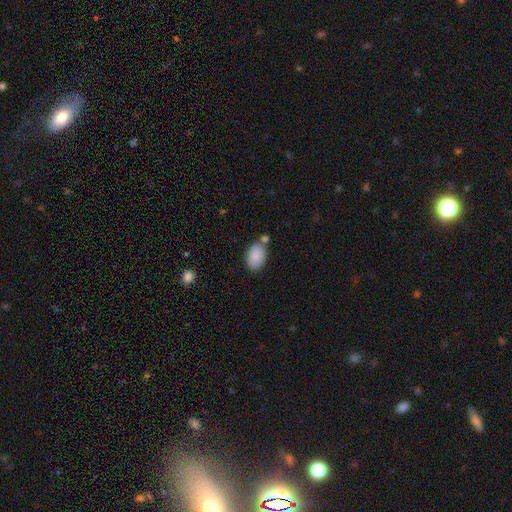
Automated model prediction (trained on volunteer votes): Smooth or featured?
  - smooth: 88% *
  - star or artifact: 7%
  - featured or disk: 5%
How rounded?
  - in between: 90% *
  - round: 9%
  - cigar-shaped: 1%
Merging?
  - none: 68% *
  - minor disturbance: 16%
  - merger: 12%
  - major disturbance: 4%